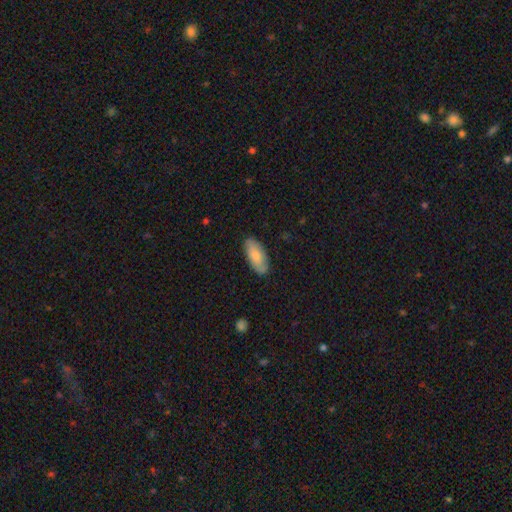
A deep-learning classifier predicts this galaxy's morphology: Overall: smooth (79%). How rounded: in between (86%). Merging: none (83%).